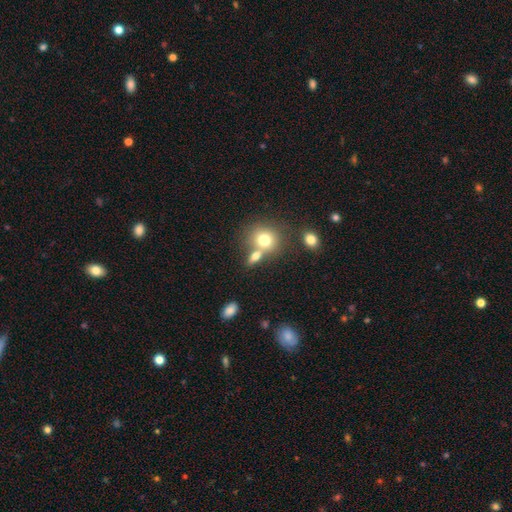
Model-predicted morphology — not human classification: Smooth or featured? smooth (75%)
How rounded? round (52%)
Merging? none (46%)